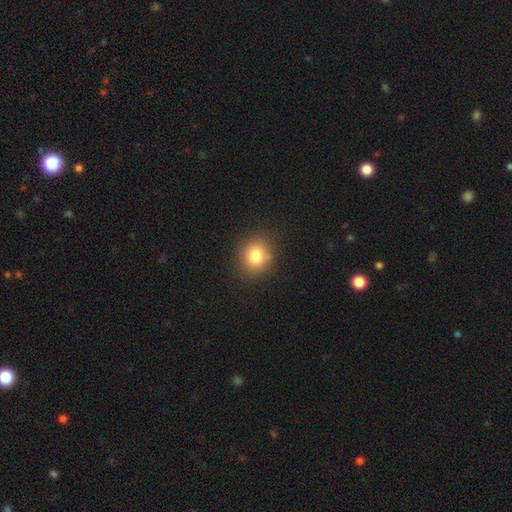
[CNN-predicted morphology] smooth-or-featured: smooth: 81% | star or artifact: 11% | featured or disk: 8%
  how-rounded: round: 75% | in between: 24% | cigar-shaped: 1%
  merging: none: 85% | minor disturbance: 10% | major disturbance: 3% | merger: 2%